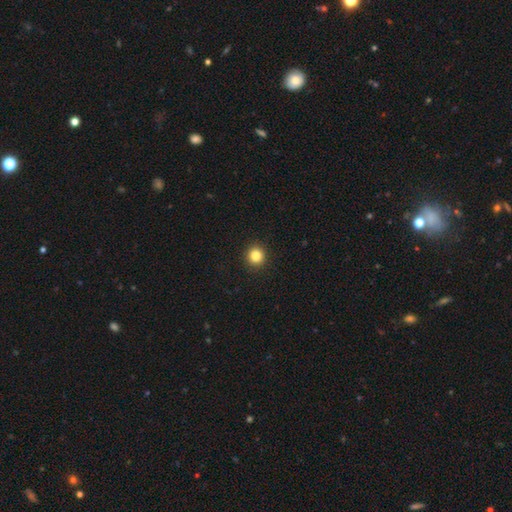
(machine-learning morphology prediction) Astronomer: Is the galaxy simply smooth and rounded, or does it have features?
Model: smooth — 84%.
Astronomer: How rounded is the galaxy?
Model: round — 95%.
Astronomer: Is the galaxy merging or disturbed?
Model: none — 93%.